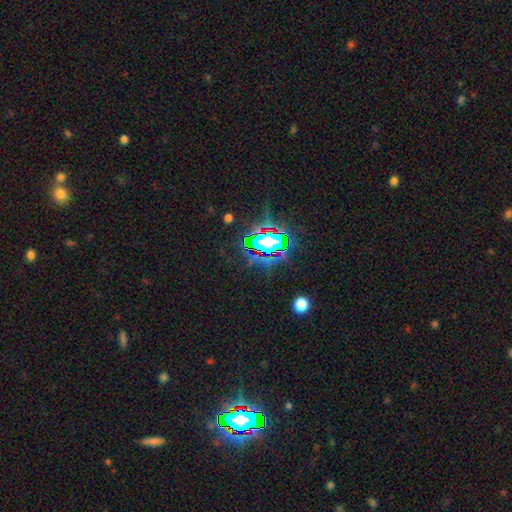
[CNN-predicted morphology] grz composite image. It shows a star or artifact, not a galaxy (83%).